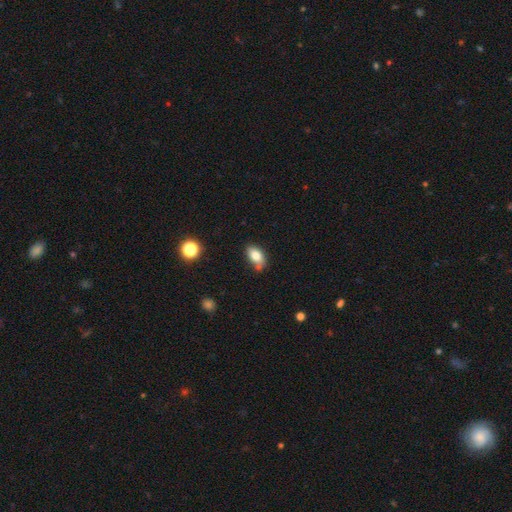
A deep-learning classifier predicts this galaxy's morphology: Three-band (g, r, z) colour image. It shows a smooth galaxy with no disk features (80%) that is in between round and cigar-shaped (88%). Merging: none (59%).